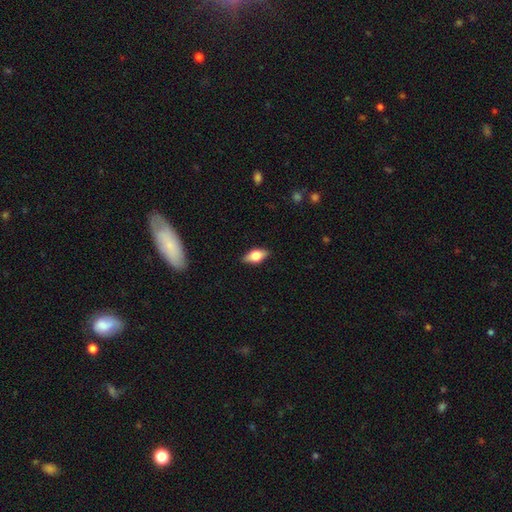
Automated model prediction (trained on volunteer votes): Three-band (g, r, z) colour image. It shows a smooth galaxy with no disk features (61%) that is in between round and cigar-shaped (83%). Merging: none (87%).